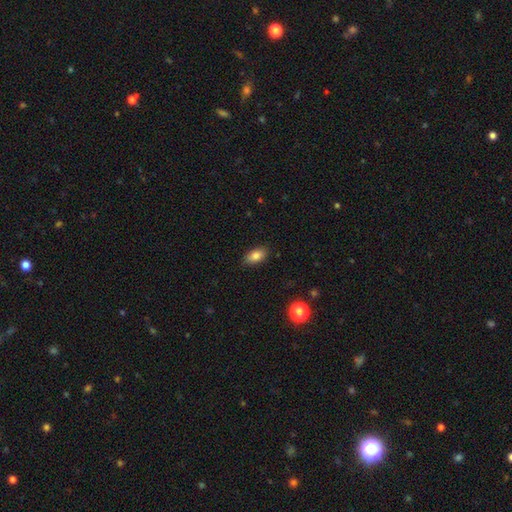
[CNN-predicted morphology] Q: Smooth or featured?
A: smooth (83%); runner-up: star or artifact (9%)
Q: How rounded?
A: in between (89%); runner-up: round (6%)
Q: Merging?
A: none (86%); runner-up: minor disturbance (10%)